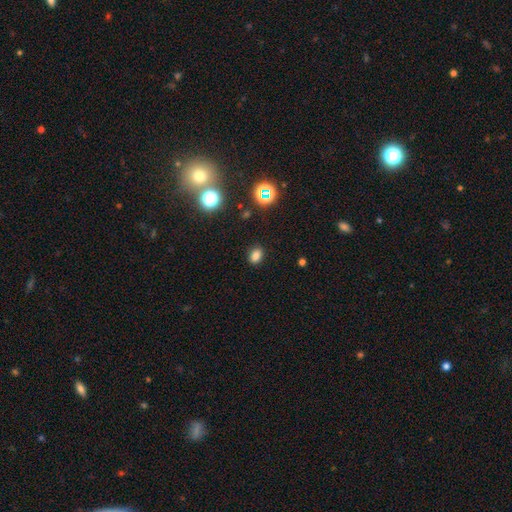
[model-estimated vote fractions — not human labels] This is likely a smooth galaxy (78%). How rounded: likely in between (70%). Merging: clearly none (88%).